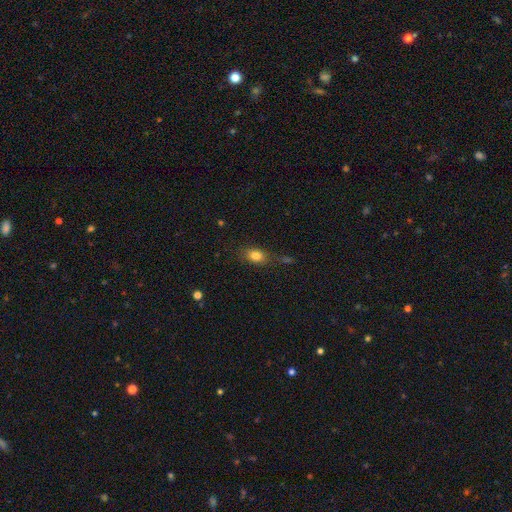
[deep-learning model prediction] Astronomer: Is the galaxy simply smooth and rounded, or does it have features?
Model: smooth — 81%.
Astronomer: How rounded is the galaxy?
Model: in between — 74%.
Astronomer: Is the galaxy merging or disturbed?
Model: none — 66%.